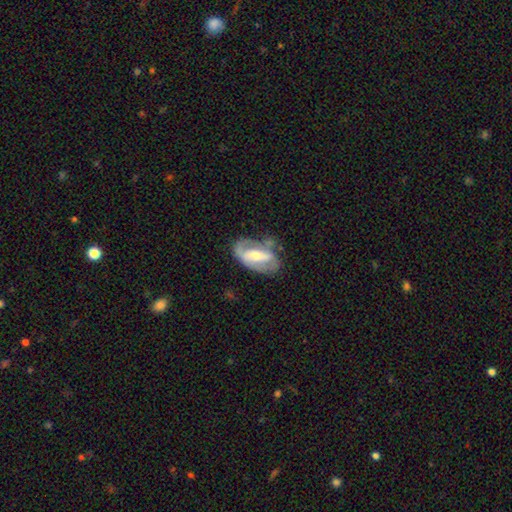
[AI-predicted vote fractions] featured or disk 70%, smooth 24%, star or artifact 6%. Down the decision tree: edge-on disk — no (92%); bar — strong (51%); spiral arms — yes (60%); bulge size — moderate (56%); merging — none (54%).